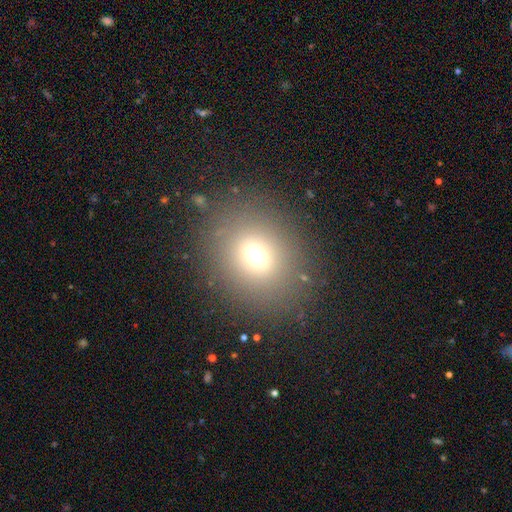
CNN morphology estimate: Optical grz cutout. It shows a smooth galaxy with no disk features (67%) that is round (69%). Merging: none (83%).